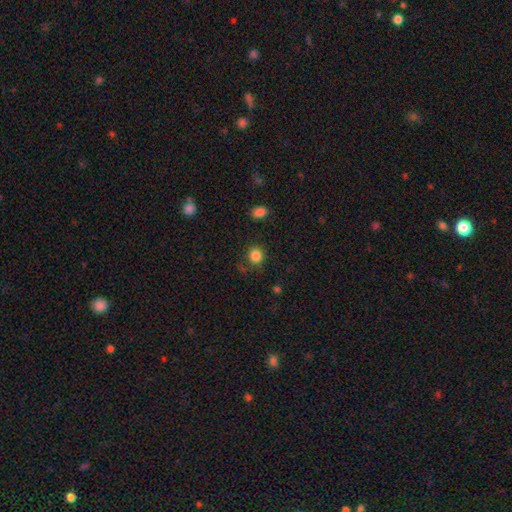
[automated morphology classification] Smooth or featured: smooth — 85% (star or artifact — 11%)
How rounded: round — 86% (in between — 13%)
Merging: none — 84% (minor disturbance — 10%)